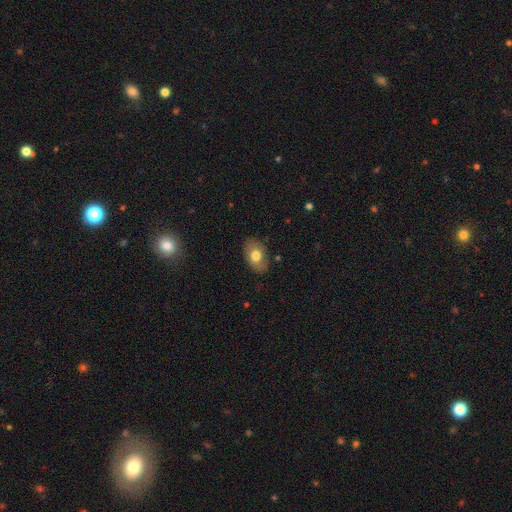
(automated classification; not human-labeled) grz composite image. It shows a smooth galaxy with no disk features (74%) that is in between round and cigar-shaped (87%). Merging: none (82%).